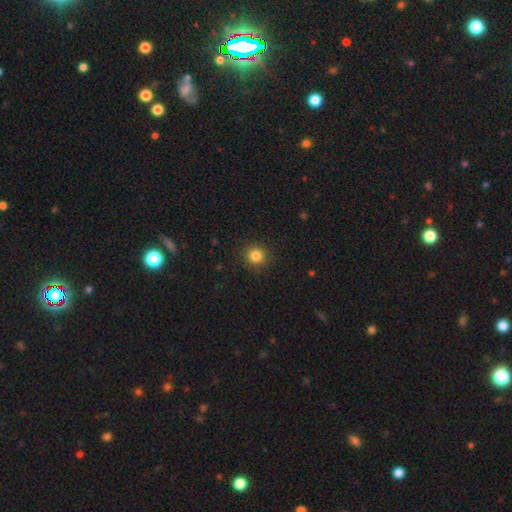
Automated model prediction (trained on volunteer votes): Smooth or featured?
  - smooth: 83% *
  - star or artifact: 12%
  - featured or disk: 5%
How rounded?
  - round: 91% *
  - in between: 8%
  - cigar-shaped: 1%
Merging?
  - none: 90% *
  - minor disturbance: 7%
  - major disturbance: 2%
  - merger: 1%